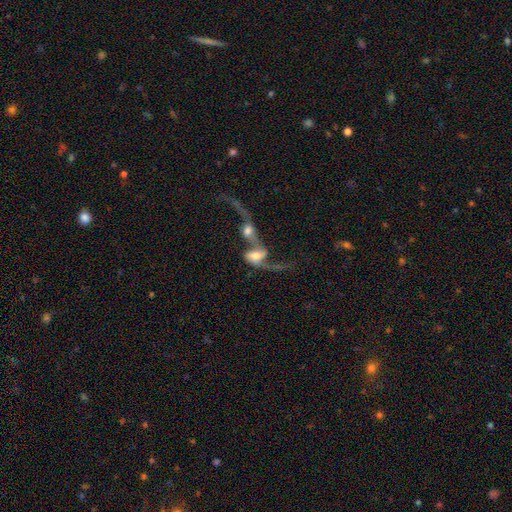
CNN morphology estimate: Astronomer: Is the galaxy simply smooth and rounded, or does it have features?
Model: featured or disk — 67%.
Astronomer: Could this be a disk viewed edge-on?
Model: no — 92%.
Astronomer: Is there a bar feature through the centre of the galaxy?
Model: no — 58%.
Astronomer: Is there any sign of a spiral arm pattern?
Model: yes — 80%.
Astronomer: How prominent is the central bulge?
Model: moderate — 43% (runner-up: large, 28%).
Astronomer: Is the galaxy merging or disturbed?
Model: merger — 78%.